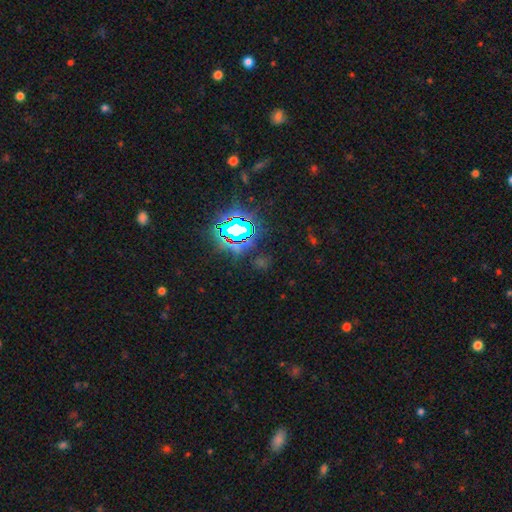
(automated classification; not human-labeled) This appears to be a star or artifact, not a galaxy (82%).